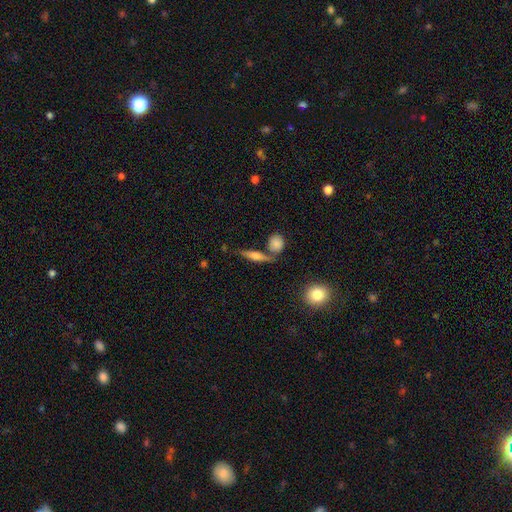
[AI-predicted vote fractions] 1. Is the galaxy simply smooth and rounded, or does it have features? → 54% featured or disk, 38% smooth, 9% star or artifact.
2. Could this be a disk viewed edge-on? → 93% yes, 7% no.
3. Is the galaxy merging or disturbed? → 71% none, 14% merger, 12% minor disturbance, 4% major disturbance.